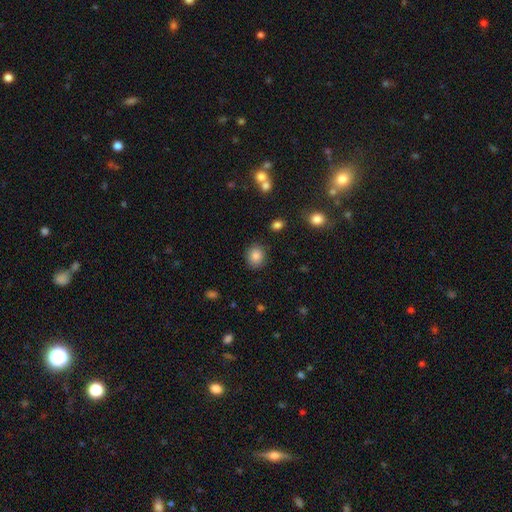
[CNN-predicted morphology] The model was most divided on "how rounded": round: 70%, in between: 29%, cigar-shaped: 1%. More confident: merging — none (87%); smooth or featured — smooth (85%).